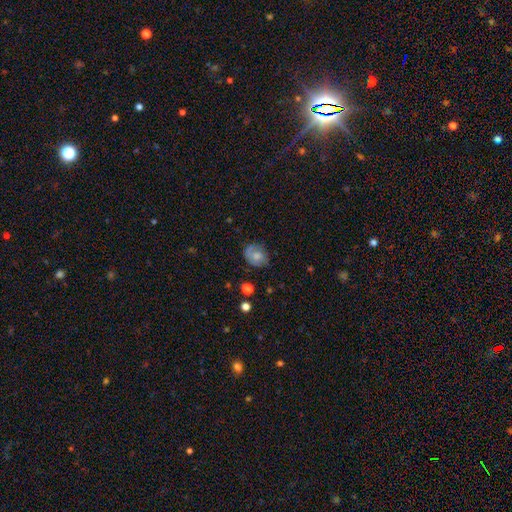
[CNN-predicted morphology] smooth-or-featured: smooth: 64% | featured or disk: 26% | star or artifact: 9%
  how-rounded: round: 54% | in between: 45% | cigar-shaped: 1%
  merging: none: 61% | minor disturbance: 27% | major disturbance: 10% | merger: 2%